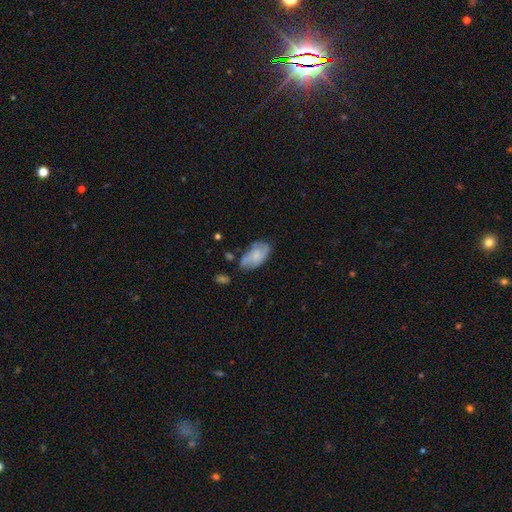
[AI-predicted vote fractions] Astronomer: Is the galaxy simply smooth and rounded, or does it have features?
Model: smooth — 51% (runner-up: featured or disk, 42%).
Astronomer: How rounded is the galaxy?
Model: in between — 93%.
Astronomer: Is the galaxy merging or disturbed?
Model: none — 59%.